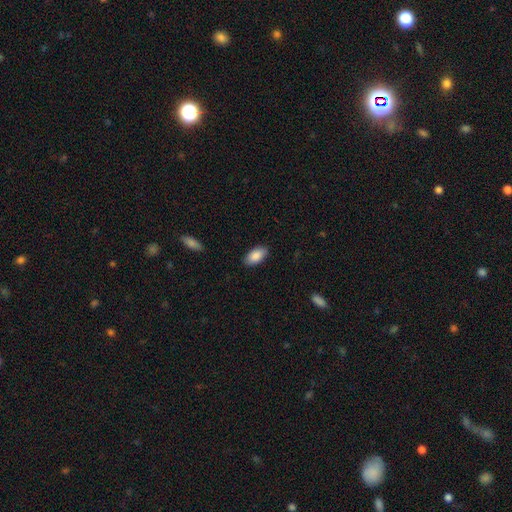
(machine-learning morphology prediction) This appears to be a smooth galaxy with no disk features (88%) that is in between round and cigar-shaped (94%). Merging: none (88%).